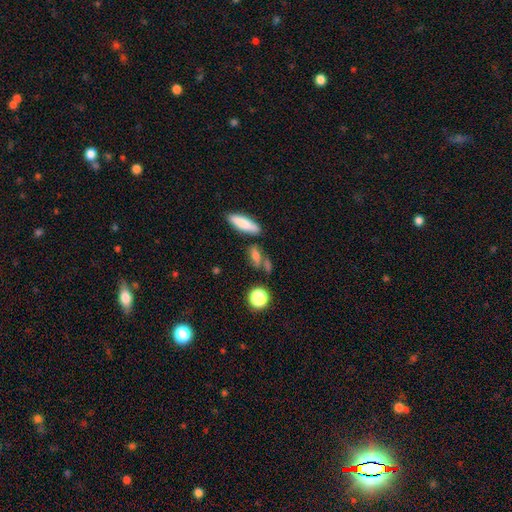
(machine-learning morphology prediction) type=smooth (69%); roundness=in between (55%); merging=none (59%).